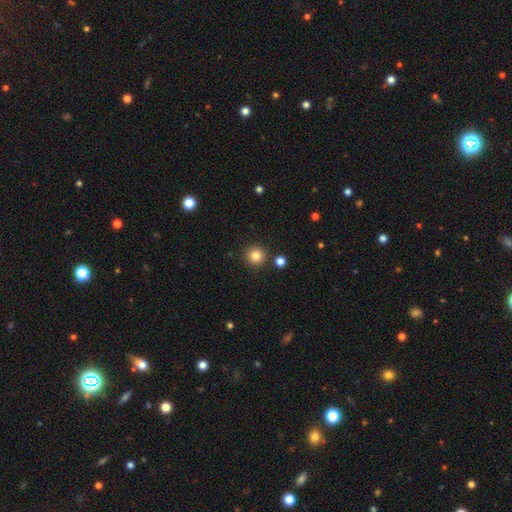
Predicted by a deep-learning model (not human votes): Smooth or featured? Predicted: smooth (p=0.83). How rounded? Predicted: round (p=0.95). Merging? Predicted: none (p=0.89).